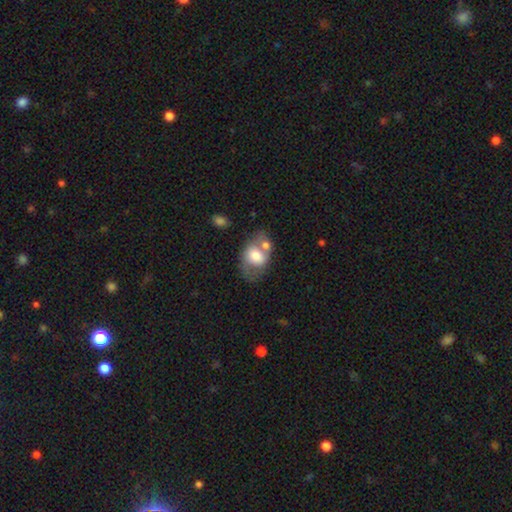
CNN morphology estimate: The model was most divided on "merging": none: 36%, merger: 34%, minor disturbance: 18%, major disturbance: 12%. More confident: how rounded — in between (74%); smooth or featured — smooth (57%).